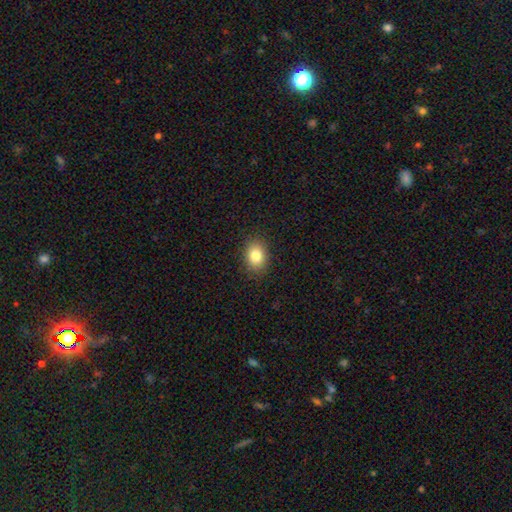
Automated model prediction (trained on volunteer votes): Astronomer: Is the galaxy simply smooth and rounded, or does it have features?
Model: smooth — 83%.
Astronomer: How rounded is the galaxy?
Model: in between — 68%.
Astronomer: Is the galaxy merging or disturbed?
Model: none — 89%.